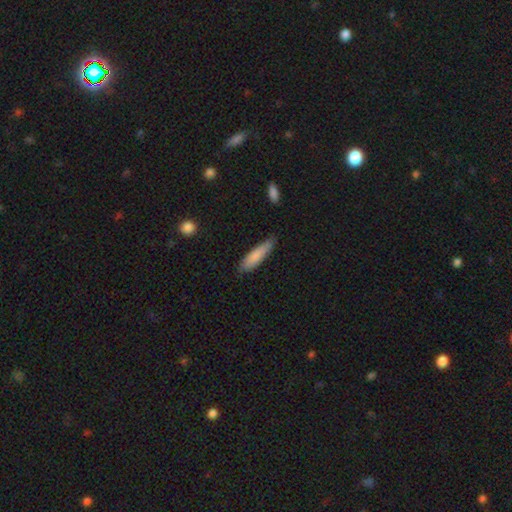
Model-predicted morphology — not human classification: Smooth or featured? smooth (83%)
How rounded? cigar-shaped (73%)
Merging? none (77%)